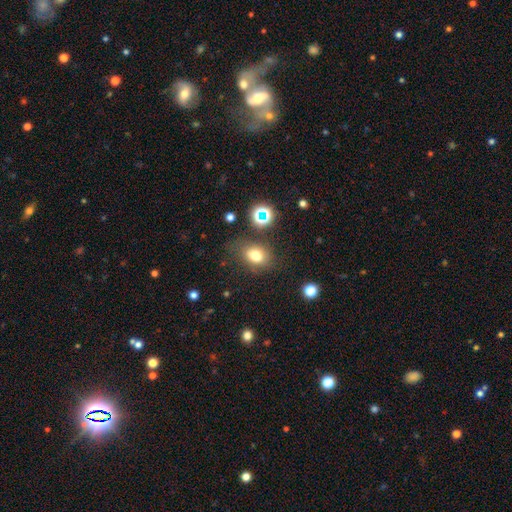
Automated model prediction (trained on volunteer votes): Morphology: type=smooth (73%); roundness=in between (62%); merging=none (71%).